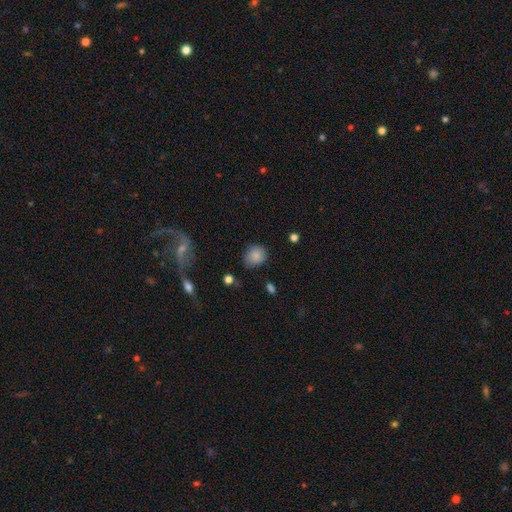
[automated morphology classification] type=smooth (85%); roundness=round (72%); merging=none (75%).